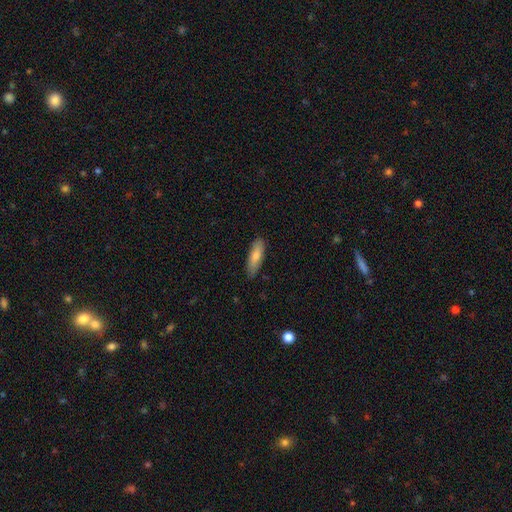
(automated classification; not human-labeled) Smooth or featured? smooth (79%)
How rounded? in between (50%)
Merging? none (85%)